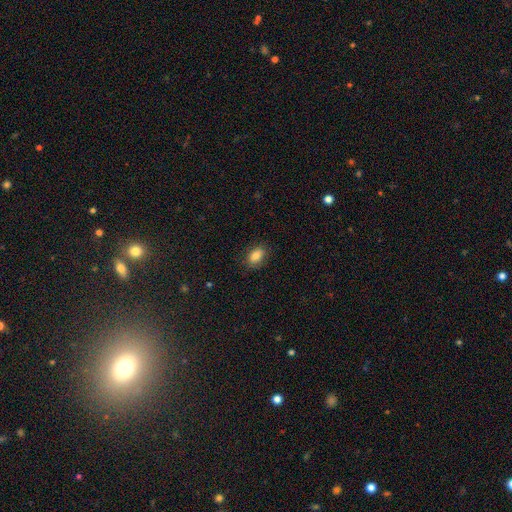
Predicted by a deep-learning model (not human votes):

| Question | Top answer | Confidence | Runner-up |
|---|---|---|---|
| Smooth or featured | smooth | 84% | star or artifact (9%) |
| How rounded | in between | 84% | round (14%) |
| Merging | none | 85% | minor disturbance (11%) |